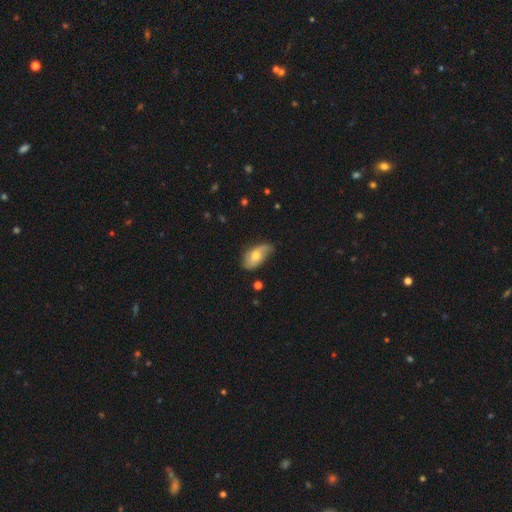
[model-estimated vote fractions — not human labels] smooth 59%, featured or disk 34%, star or artifact 7%. Down the decision tree: how rounded — in between (91%); merging — none (52%).